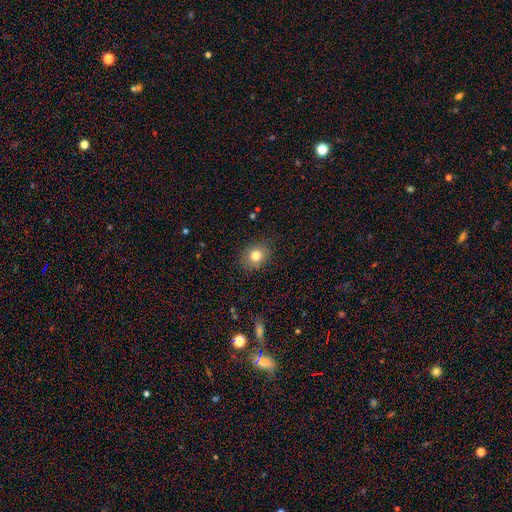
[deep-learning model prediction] Smooth or featured? smooth (81%)
How rounded? round (59%)
Merging? none (87%)